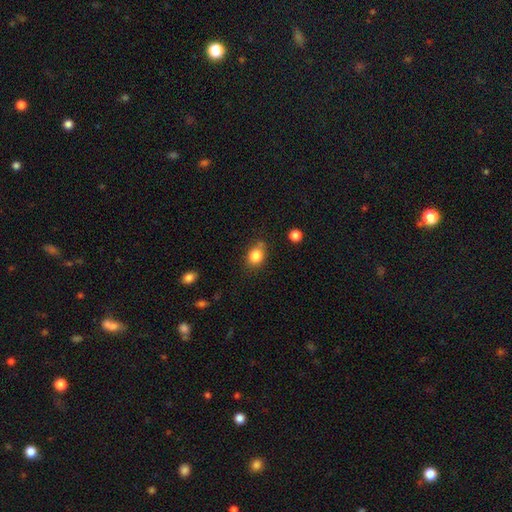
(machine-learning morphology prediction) smooth_or_featured: smooth (p=0.84) [alt: star or artifact p=0.10]
how_rounded: in between (p=0.50) [alt: round p=0.49]
merging: none (p=0.68) [alt: minor disturbance p=0.20]